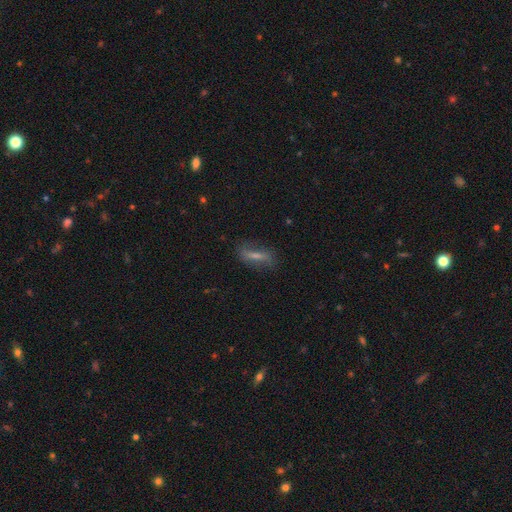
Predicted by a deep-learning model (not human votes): This appears to be a featured or disk galaxy (46%). Merging: none (71%).